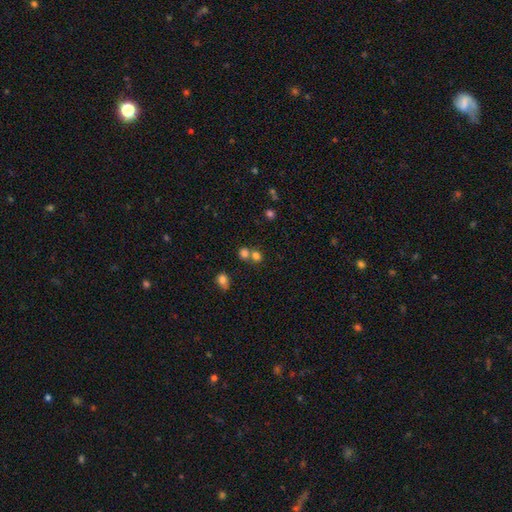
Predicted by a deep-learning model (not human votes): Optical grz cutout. It shows a smooth galaxy with no disk features (74%) that is round (77%). Merging: none (48%).